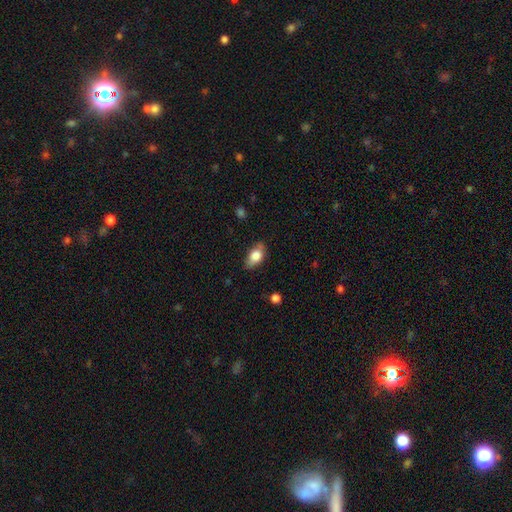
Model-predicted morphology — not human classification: smooth_or_featured: smooth (p=0.76) [alt: featured or disk p=0.17]
how_rounded: in between (p=0.87) [alt: round p=0.08]
merging: none (p=0.71) [alt: minor disturbance p=0.23]